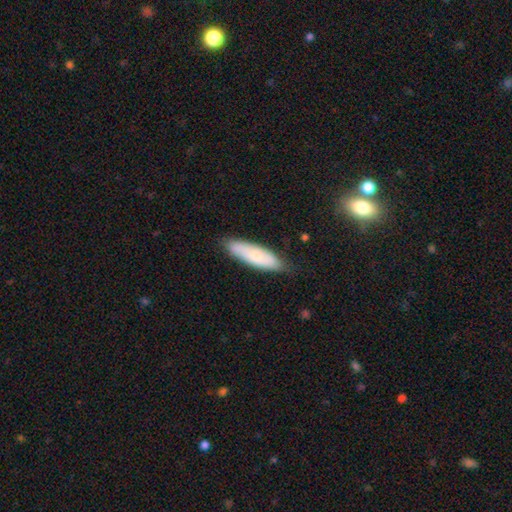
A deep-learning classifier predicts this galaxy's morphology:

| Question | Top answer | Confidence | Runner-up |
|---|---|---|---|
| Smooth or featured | smooth | 68% | featured or disk (26%) |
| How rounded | cigar-shaped | 55% | in between (43%) |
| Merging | none | 79% | minor disturbance (17%) |